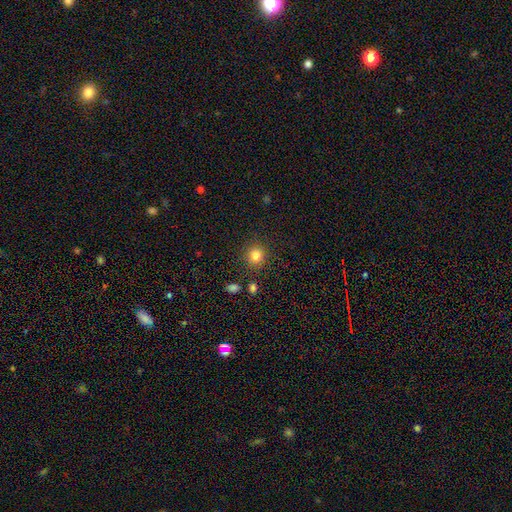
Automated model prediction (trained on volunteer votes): smooth-or-featured: smooth: 83% | star or artifact: 12% | featured or disk: 5%
  how-rounded: round: 88% | in between: 11% | cigar-shaped: 1%
  merging: none: 86% | minor disturbance: 8% | merger: 3% | major disturbance: 3%